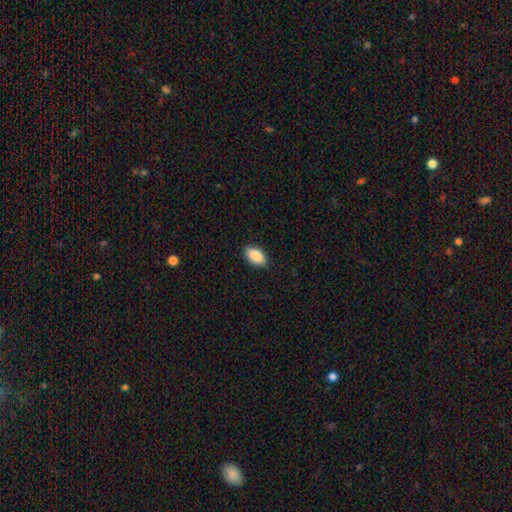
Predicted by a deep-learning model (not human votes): Smooth or featured? smooth (89%)
How rounded? in between (93%)
Merging? none (89%)